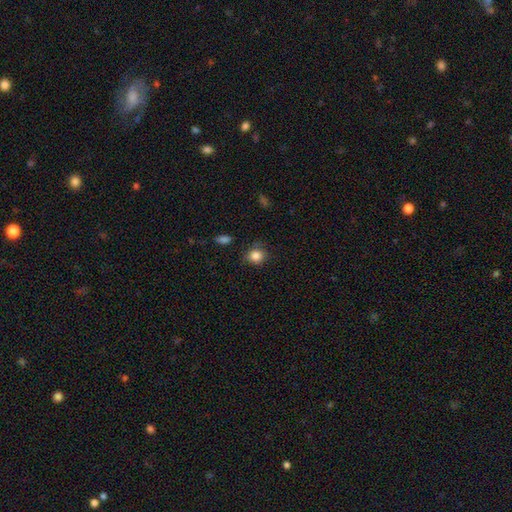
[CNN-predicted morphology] The model was most divided on "merging": none: 76%, minor disturbance: 18%, major disturbance: 4%, merger: 2%. More confident: smooth or featured — smooth (84%); how rounded — round (81%).